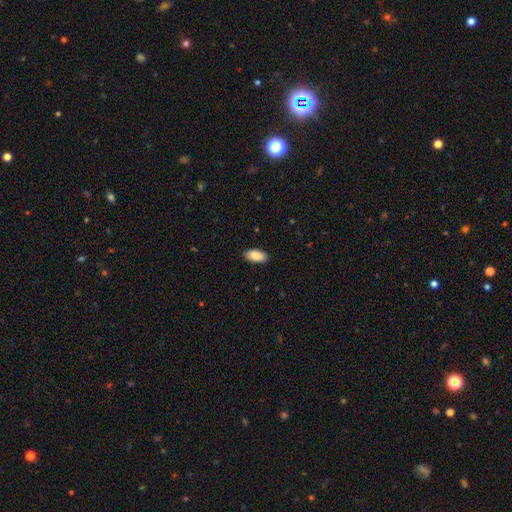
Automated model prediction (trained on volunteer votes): Smooth or featured?
  - smooth: 88% *
  - star or artifact: 6%
  - featured or disk: 5%
How rounded?
  - in between: 93% *
  - cigar-shaped: 4%
  - round: 2%
Merging?
  - none: 87% *
  - minor disturbance: 10%
  - major disturbance: 2%
  - merger: 1%